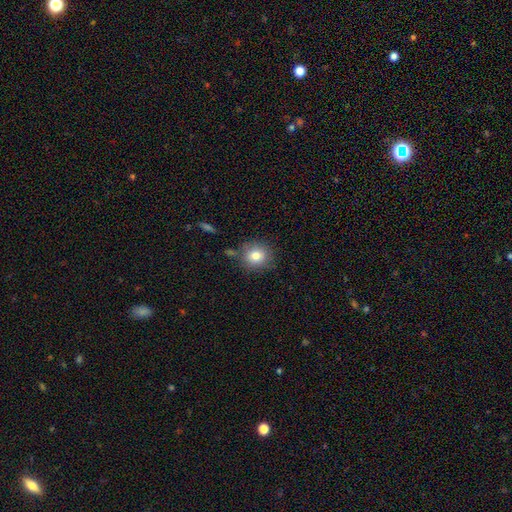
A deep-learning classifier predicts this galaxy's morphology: smooth-or-featured: smooth: 79% | star or artifact: 11% | featured or disk: 10%
  how-rounded: round: 88% | in between: 11% | cigar-shaped: 1%
  merging: none: 79% | minor disturbance: 12% | merger: 5% | major disturbance: 3%